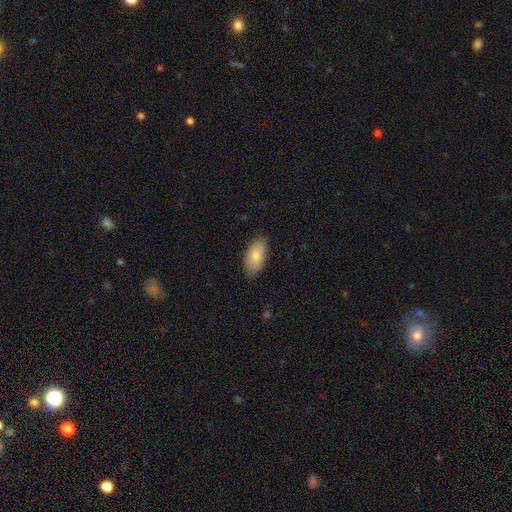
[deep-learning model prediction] smooth-or-featured: smooth: 80% | featured or disk: 14% | star or artifact: 6%
  how-rounded: in between: 94% | round: 3% | cigar-shaped: 3%
  merging: none: 80% | minor disturbance: 16% | major disturbance: 3% | merger: 1%